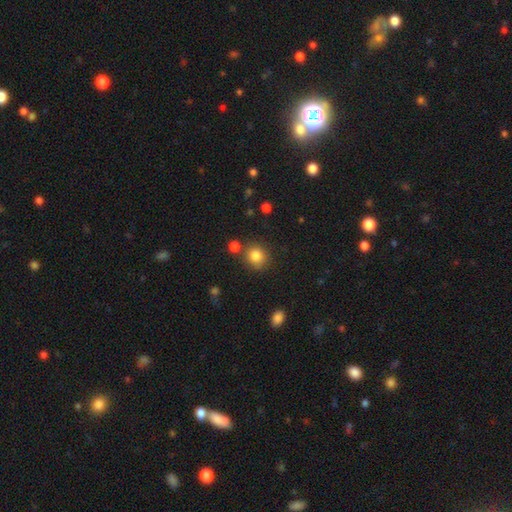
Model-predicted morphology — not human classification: Smooth or featured? smooth (84%)
How rounded? round (84%)
Merging? none (77%)